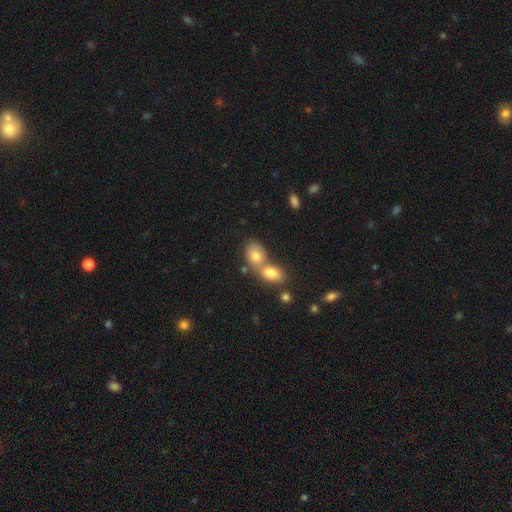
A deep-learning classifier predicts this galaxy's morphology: A smooth galaxy with no disk features (77%) that is in between round and cigar-shaped (76%).

Vote fractions:
- Smooth or featured? smooth: 77% / featured or disk: 14% / star or artifact: 9%
- How rounded? in between: 76% / round: 22% / cigar-shaped: 2%
- Merging? merger: 58% / none: 30% / minor disturbance: 8% / major disturbance: 3%